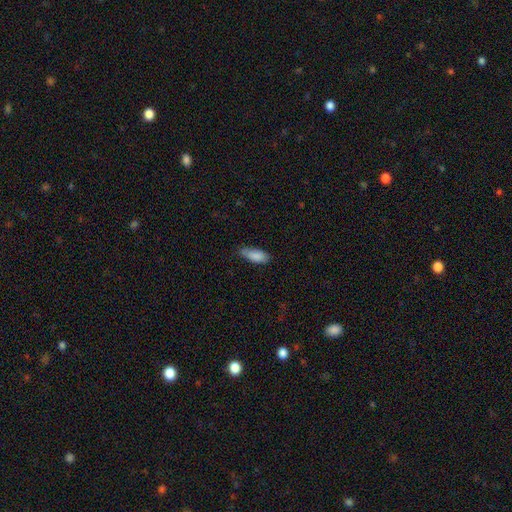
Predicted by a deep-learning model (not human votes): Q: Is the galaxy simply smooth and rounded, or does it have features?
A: smooth — 87%.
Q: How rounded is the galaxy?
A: in between — 76%.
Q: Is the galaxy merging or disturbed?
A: none — 66%.